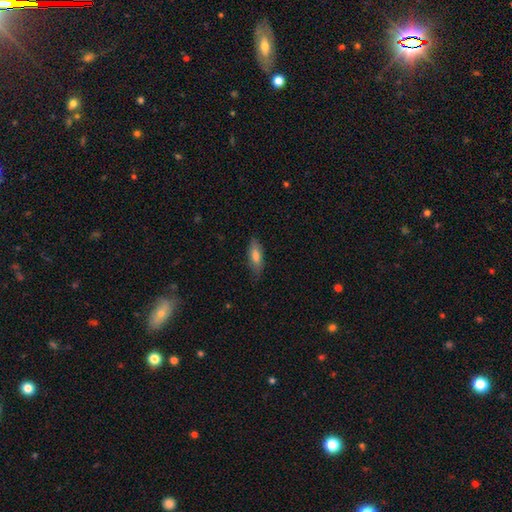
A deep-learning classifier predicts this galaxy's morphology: This is likely a smooth galaxy (73%). How rounded: likely in between (67%). Merging: likely none (75%).